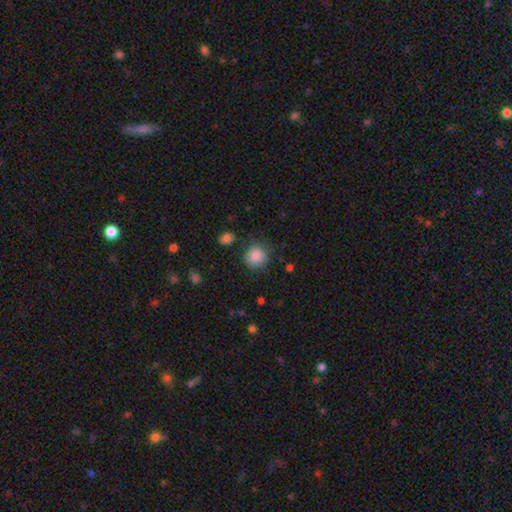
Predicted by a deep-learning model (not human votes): Smooth or featured? smooth (86%)
How rounded? round (86%)
Merging? none (76%)